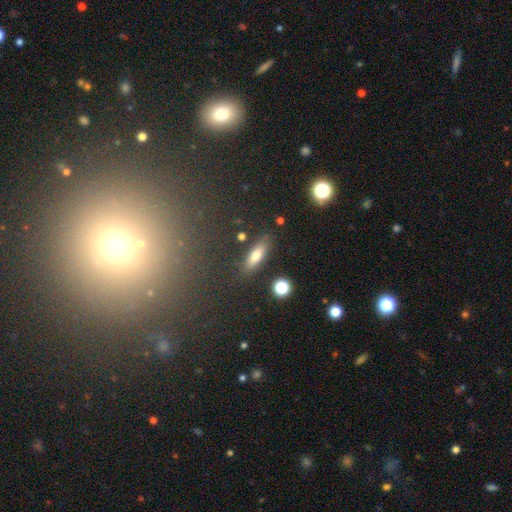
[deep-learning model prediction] smooth_or_featured: smooth (p=0.72) [alt: featured or disk p=0.19]
how_rounded: in between (p=0.53) [alt: cigar-shaped p=0.43]
merging: none (p=0.81) [alt: minor disturbance p=0.12]